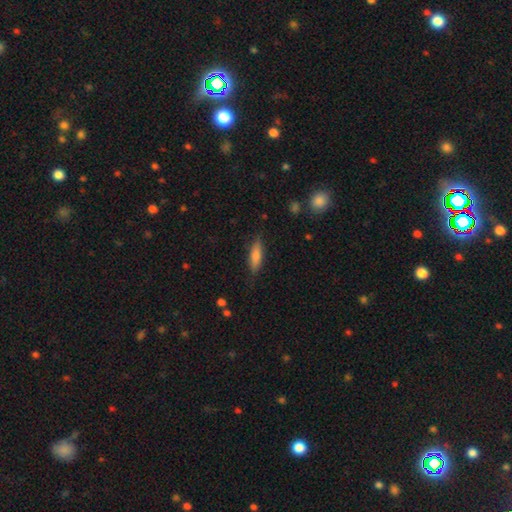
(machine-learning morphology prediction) Q: Smooth or featured?
A: smooth (64%); runner-up: featured or disk (28%)
Q: How rounded?
A: cigar-shaped (66%); runner-up: in between (31%)
Q: Merging?
A: none (83%); runner-up: minor disturbance (13%)